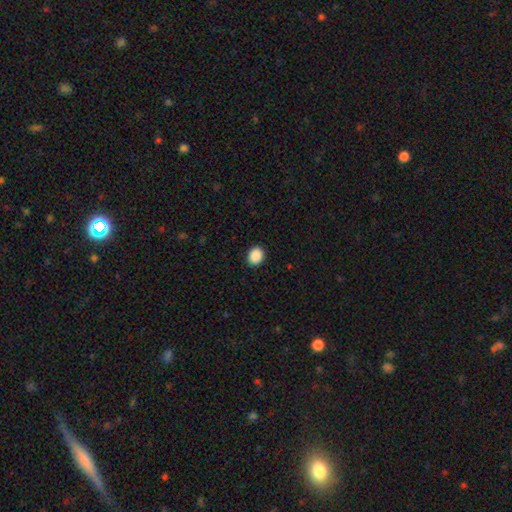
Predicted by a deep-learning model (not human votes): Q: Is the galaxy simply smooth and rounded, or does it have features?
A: smooth — 90%.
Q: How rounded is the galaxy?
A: round — 60%.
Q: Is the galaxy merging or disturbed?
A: none — 91%.